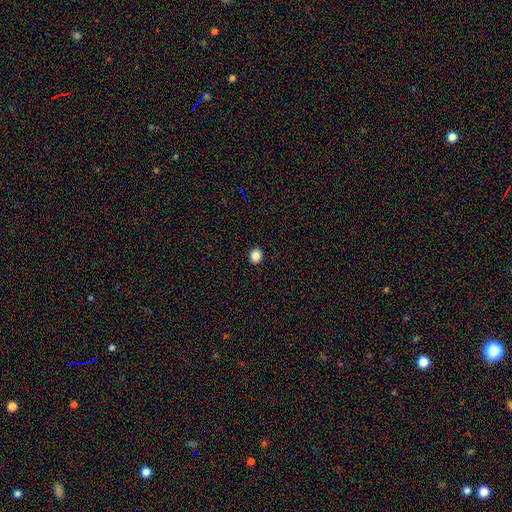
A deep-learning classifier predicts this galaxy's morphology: smooth-or-featured: smooth: 86% | star or artifact: 11% | featured or disk: 3%
  how-rounded: round: 77% | in between: 22% | cigar-shaped: 1%
  merging: none: 92% | minor disturbance: 5% | major disturbance: 2% | merger: 1%